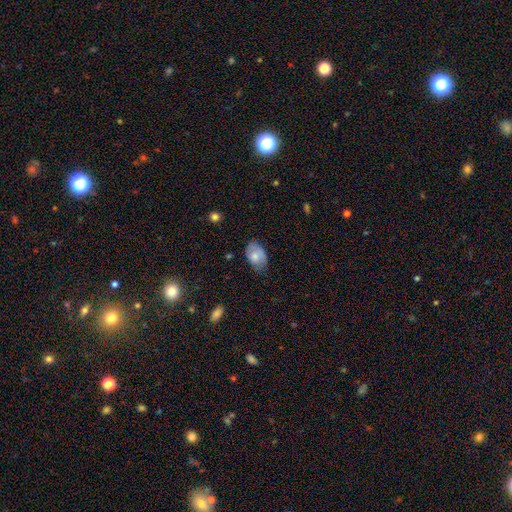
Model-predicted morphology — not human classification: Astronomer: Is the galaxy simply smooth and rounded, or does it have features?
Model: smooth — 73%.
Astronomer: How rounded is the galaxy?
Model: in between — 89%.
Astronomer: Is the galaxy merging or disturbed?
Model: none — 68%.